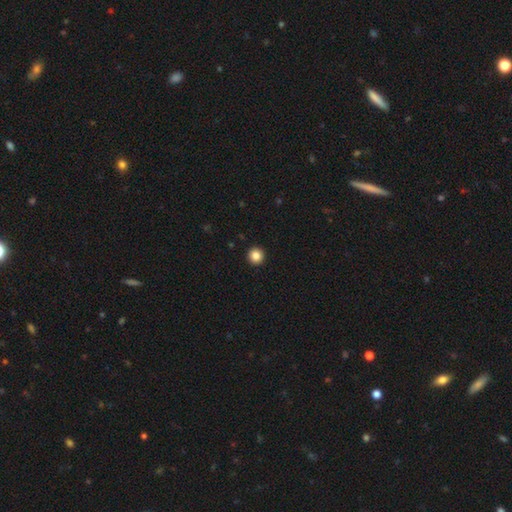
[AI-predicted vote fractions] Smooth or featured? Predicted: smooth (p=0.86). How rounded? Predicted: round (p=0.96). Merging? Predicted: none (p=0.94).